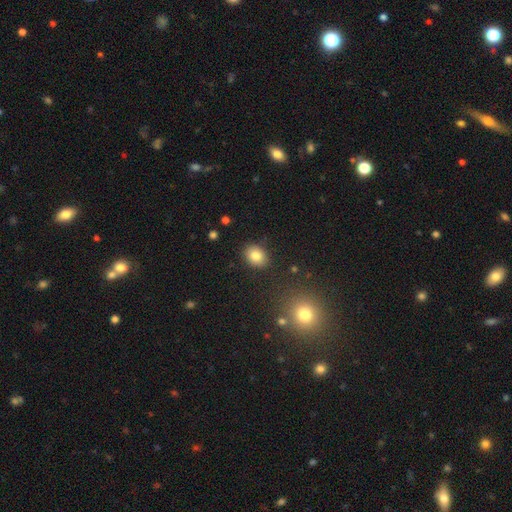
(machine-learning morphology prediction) This appears to be a smooth galaxy with no disk features (82%) that is in between round and cigar-shaped (60%). Merging: none (87%).